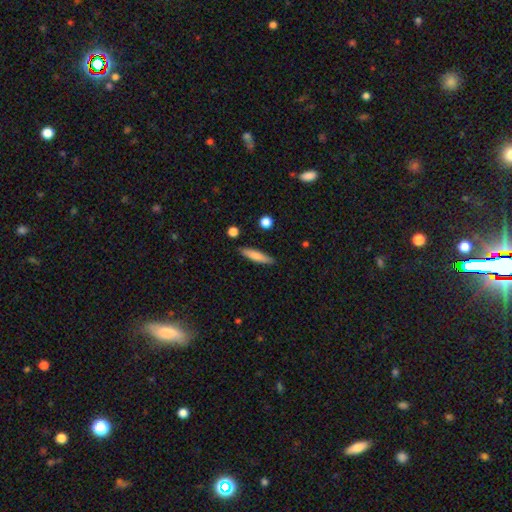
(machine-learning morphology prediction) smooth-or-featured: smooth: 77% | featured or disk: 17% | star or artifact: 6%
  how-rounded: cigar-shaped: 80% | in between: 18% | round: 2%
  merging: none: 86% | minor disturbance: 9% | merger: 2% | major disturbance: 2%